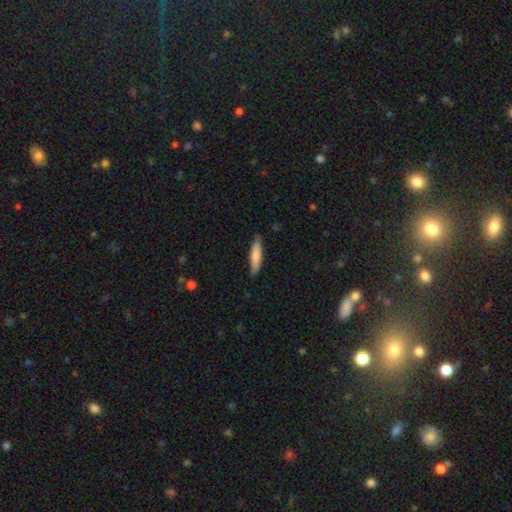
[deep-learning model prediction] Overall: smooth (77%). How rounded: cigar-shaped (77%). Merging: none (82%).